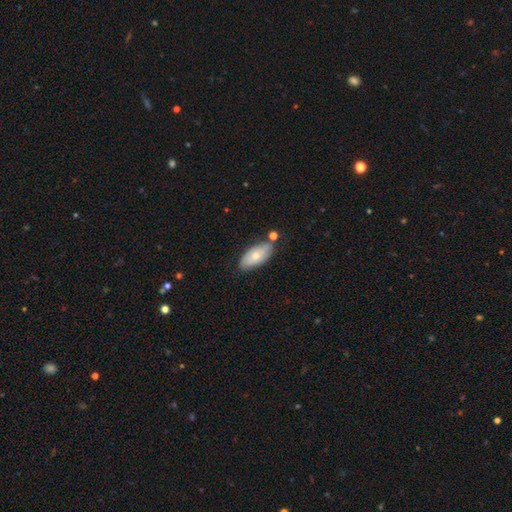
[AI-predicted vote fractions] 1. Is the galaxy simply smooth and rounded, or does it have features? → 65% smooth, 28% featured or disk, 6% star or artifact.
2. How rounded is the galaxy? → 89% in between, 8% cigar-shaped, 3% round.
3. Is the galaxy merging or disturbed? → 70% none, 18% minor disturbance, 9% merger, 4% major disturbance.